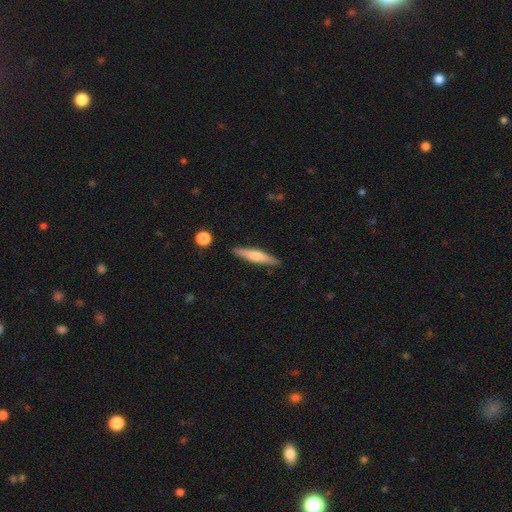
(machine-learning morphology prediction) This is possibly a smooth galaxy (54%). How rounded: clearly cigar-shaped (89%). Merging: clearly none (89%).